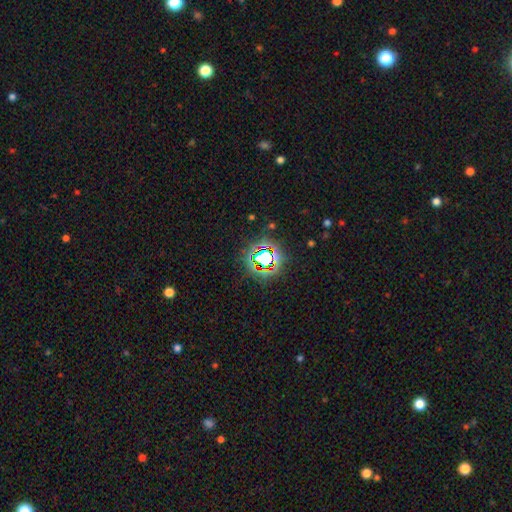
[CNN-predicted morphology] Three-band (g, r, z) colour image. It shows a star or artifact, not a galaxy (72%).